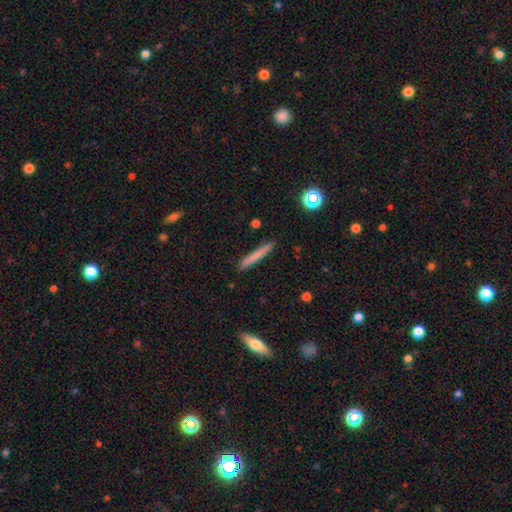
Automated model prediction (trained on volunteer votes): Smooth or featured: smooth — 72% (featured or disk — 21%)
How rounded: cigar-shaped — 96% (in between — 3%)
Merging: none — 89% (minor disturbance — 8%)